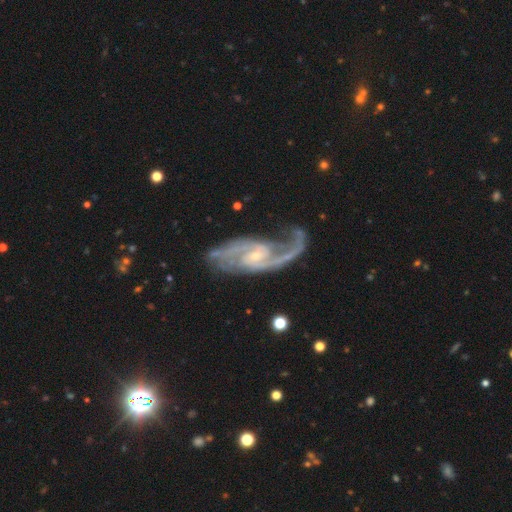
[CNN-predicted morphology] Smooth or featured? Predicted: featured or disk (p=0.92). Edge-on disk? Predicted: no (p=0.96). Bar? Predicted: weak (p=0.44). Spiral arms? Predicted: yes (p=0.98). Spiral winding? Predicted: medium (p=0.50). Spiral arm count? Predicted: 2 (p=0.79). Bulge size? Predicted: small (p=0.75). Merging? Predicted: none (p=0.62).